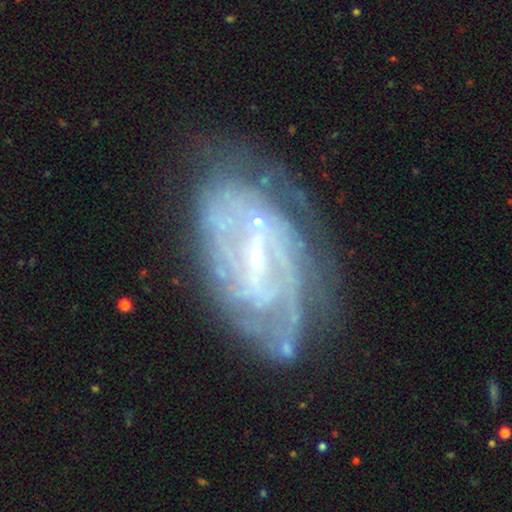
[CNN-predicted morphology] smooth-or-featured: featured or disk: 82% | smooth: 10% | star or artifact: 8%
  disk-edge-on: no: 95% | yes: 5%
    bar: weak: 44% | strong: 37% | no: 19%
    has-spiral-arms: yes: 85% | no: 15%
      spiral-winding: tight: 60% | medium: 30% | loose: 10%
      spiral-arm-count: can't tell: 48% | 2: 24% | 3: 12% | 4: 7% | 1: 5% | more than 4: 5%
    bulge-size: small: 52% | none: 25% | moderate: 19% | large: 2% | dominant: 1%
  merging: none: 60% | minor disturbance: 22% | major disturbance: 14% | merger: 4%